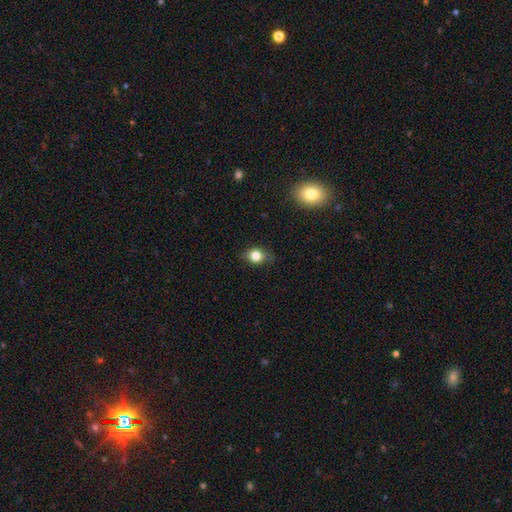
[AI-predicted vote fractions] smooth 77%, featured or disk 12%, star or artifact 11%. Down the decision tree: how rounded — round (57%); merging — none (71%).